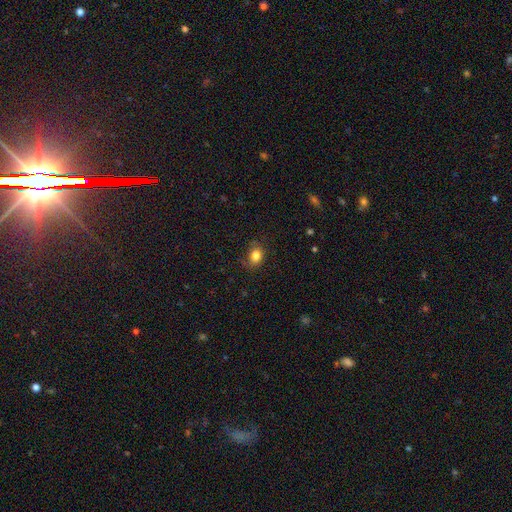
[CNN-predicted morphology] smooth 83%, star or artifact 10%, featured or disk 6%. Down the decision tree: how rounded — in between (60%); merging — none (77%).